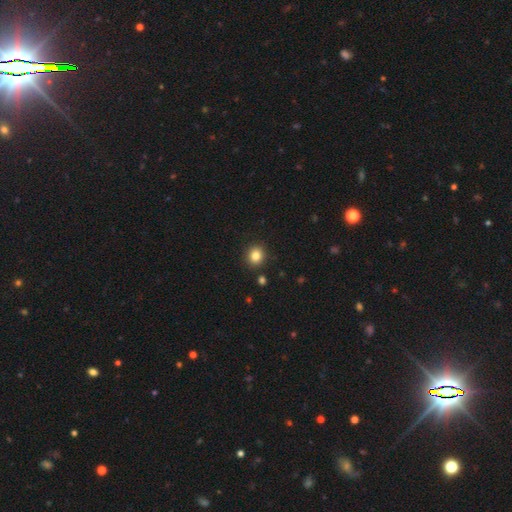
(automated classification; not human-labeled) A smooth galaxy with no disk features (83%) that is round (83%).

Vote fractions:
- Smooth or featured? smooth: 83% / star or artifact: 11% / featured or disk: 6%
- How rounded? round: 83% / in between: 16% / cigar-shaped: 1%
- Merging? none: 90% / minor disturbance: 6% / major disturbance: 2% / merger: 2%